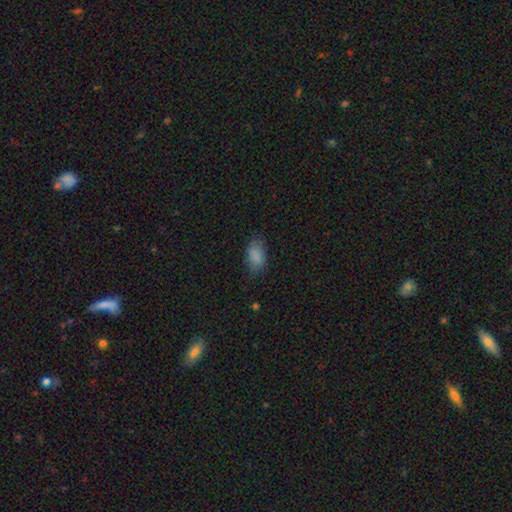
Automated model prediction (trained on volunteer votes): smooth-or-featured: smooth: 86% | star or artifact: 8% | featured or disk: 5%
  how-rounded: in between: 92% | round: 5% | cigar-shaped: 2%
  merging: none: 77% | minor disturbance: 18% | major disturbance: 5% | merger: 1%